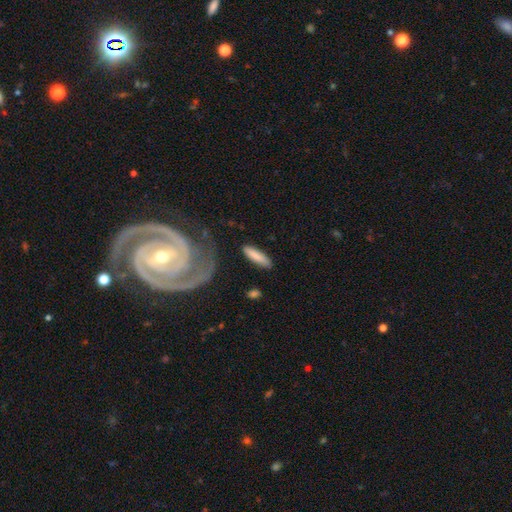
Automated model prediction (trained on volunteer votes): Smooth or featured? smooth (82%)
How rounded? cigar-shaped (71%)
Merging? none (83%)